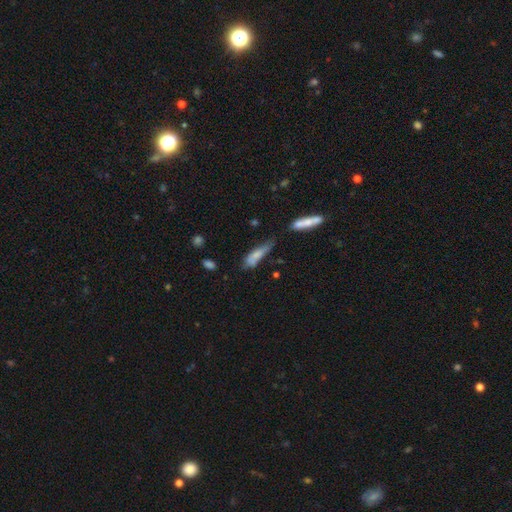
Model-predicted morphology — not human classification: This is likely a smooth galaxy (71%). How rounded: likely cigar-shaped (63%). Merging: marginally minor disturbance (37%).